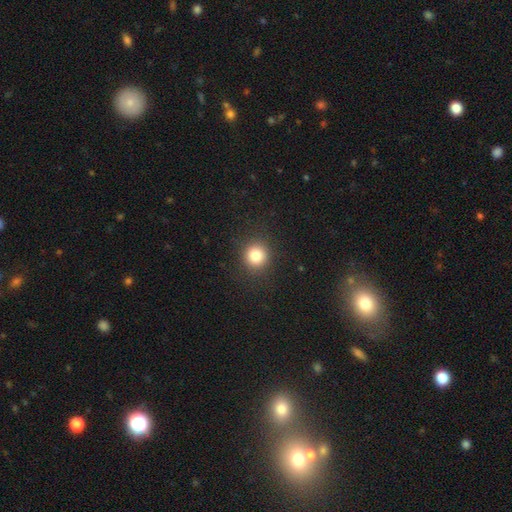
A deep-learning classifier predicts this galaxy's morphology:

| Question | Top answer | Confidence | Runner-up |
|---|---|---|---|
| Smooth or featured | smooth | 83% | star or artifact (12%) |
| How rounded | round | 91% | in between (8%) |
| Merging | none | 90% | minor disturbance (6%) |